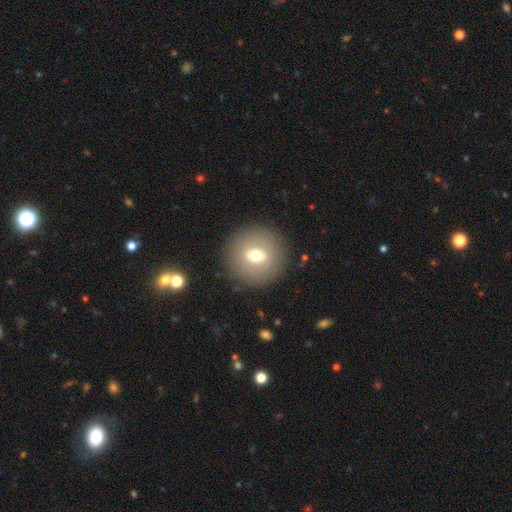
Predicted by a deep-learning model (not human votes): A smooth galaxy with no disk features (61%) that is round (92%). Merging: none (88%).